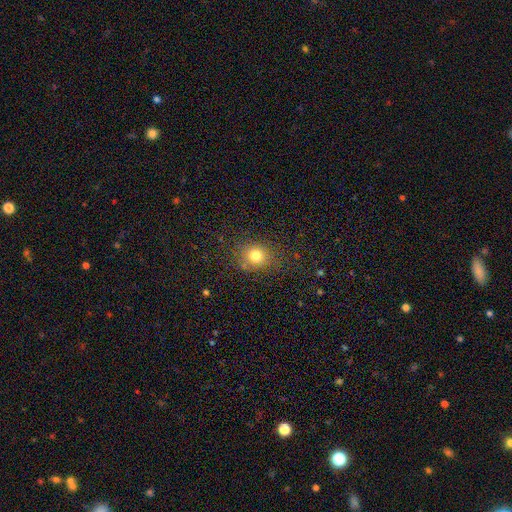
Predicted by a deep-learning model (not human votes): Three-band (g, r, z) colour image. It shows a smooth galaxy with no disk features (77%) that is round (69%). Merging: none (80%).